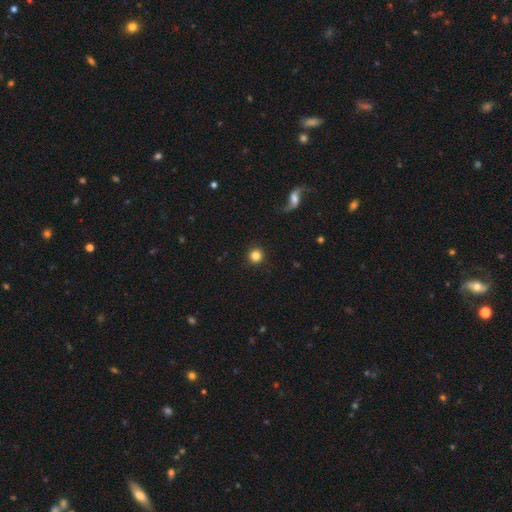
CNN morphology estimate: This is clearly a smooth galaxy (83%). How rounded: clearly round (96%). Merging: clearly none (92%).